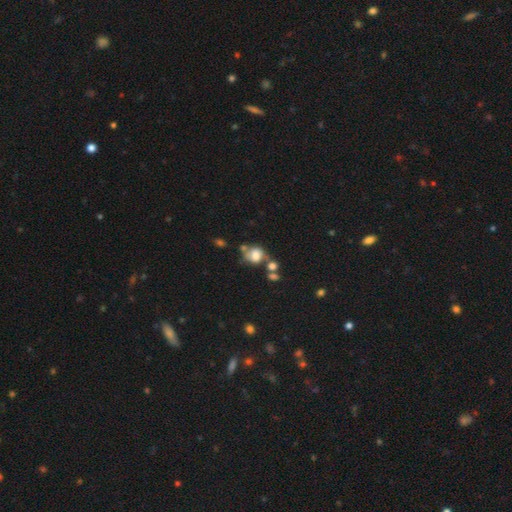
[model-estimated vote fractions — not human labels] This appears to be a smooth galaxy with no disk features (62%) that is round (56%). Merging: none (37%).